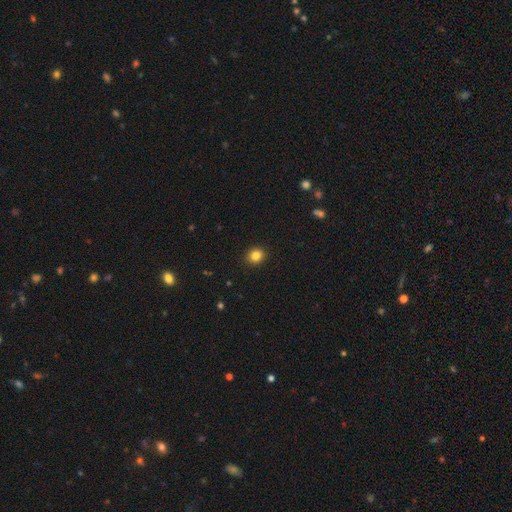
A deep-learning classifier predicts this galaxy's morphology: type=smooth (84%); roundness=round (78%); merging=none (92%).